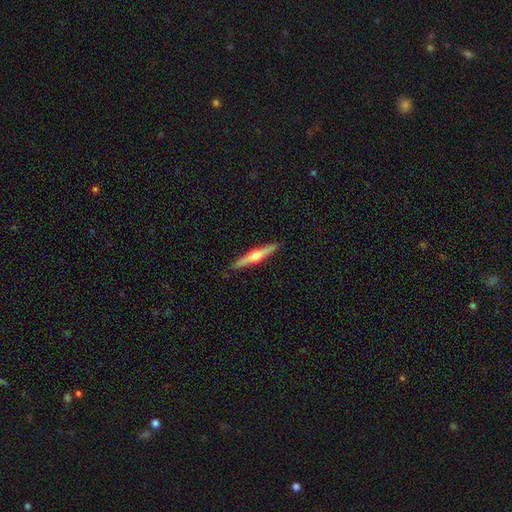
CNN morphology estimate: type=featured or disk (65%); edge-on=yes (97%); edge-on bulge=rounded (93%); merging=none (91%).